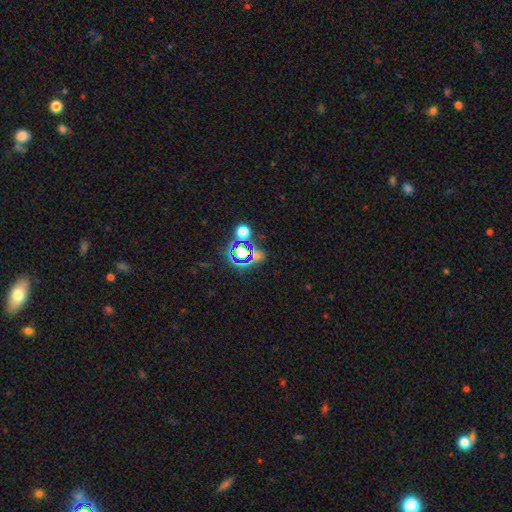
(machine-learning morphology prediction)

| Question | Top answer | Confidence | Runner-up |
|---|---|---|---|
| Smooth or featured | star or artifact | 65% | smooth (25%) |